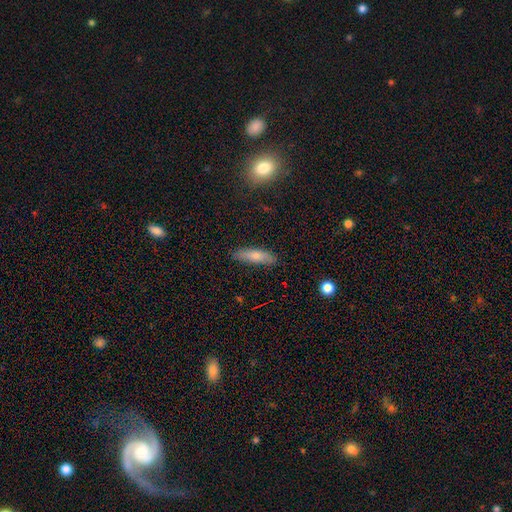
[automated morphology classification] type=smooth (71%); roundness=cigar-shaped (64%); merging=none (83%).